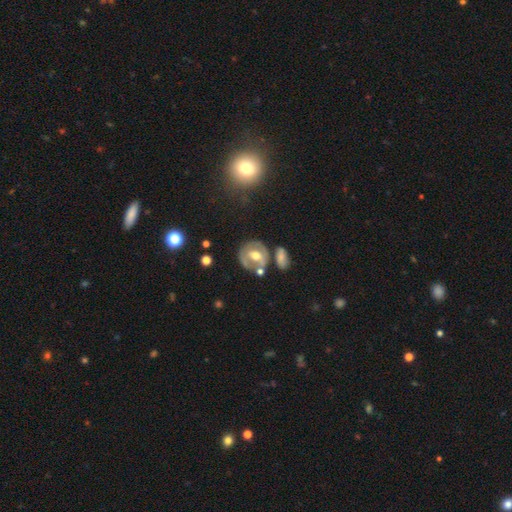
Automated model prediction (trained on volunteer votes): This is possibly a featured or disk galaxy (59%). It is clearly not viewed edge-on (94%). Bar: marginally no (45%). Spiral arm pattern: likely no (61%). Central bulge: likely moderate (76%). Merging: possibly none (59%).